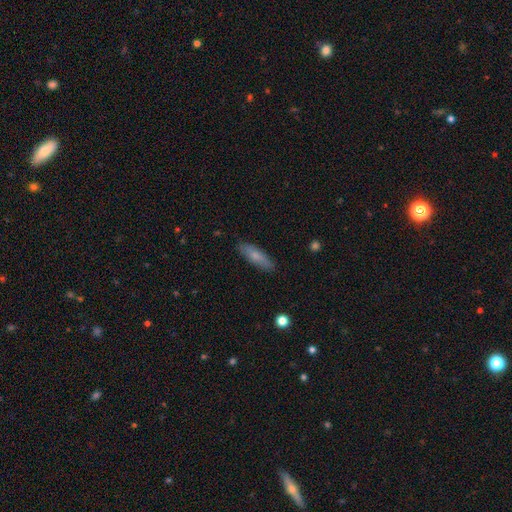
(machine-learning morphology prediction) This is likely a smooth galaxy (73%). How rounded: possibly cigar-shaped (58%). Merging: clearly none (86%).